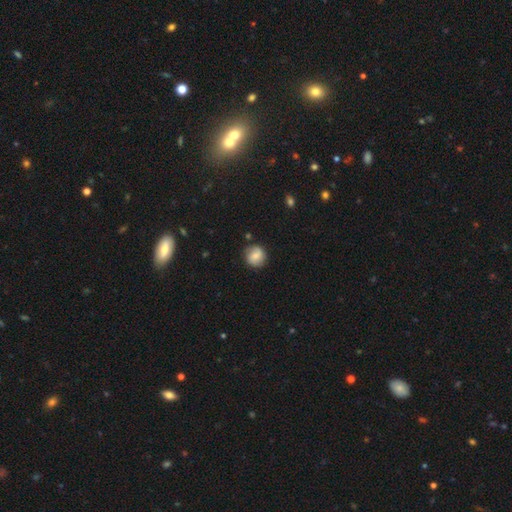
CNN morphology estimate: A smooth galaxy with no disk features (68%) that is round (89%). Merging: none (81%).